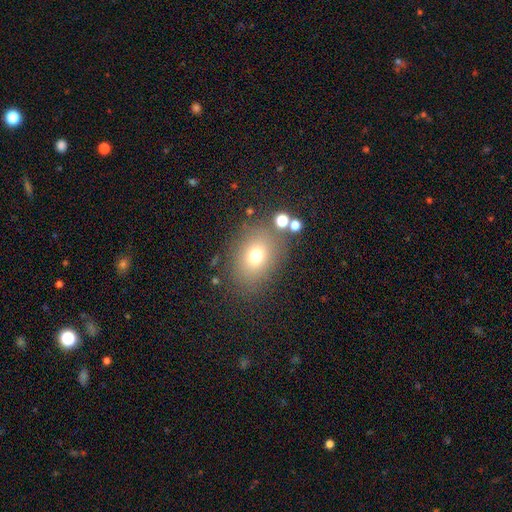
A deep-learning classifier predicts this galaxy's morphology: A smooth galaxy with no disk features (72%) that is in between round and cigar-shaped (59%).

Vote fractions:
- Smooth or featured? smooth: 72% / star or artifact: 15% / featured or disk: 13%
- How rounded? in between: 59% / round: 40% / cigar-shaped: 1%
- Merging? none: 77% / minor disturbance: 12% / major disturbance: 6% / merger: 5%